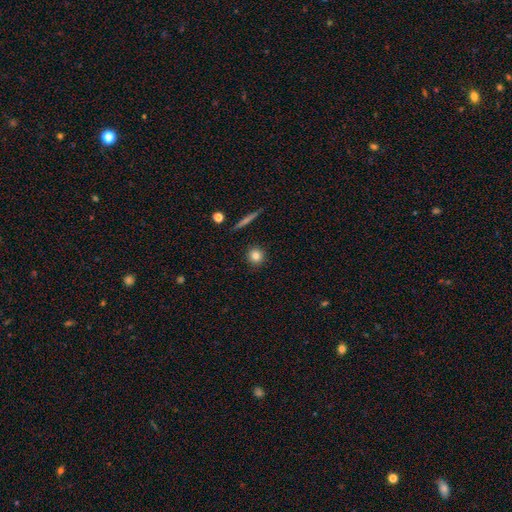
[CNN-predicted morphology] Q: Smooth or featured?
A: smooth (81%); runner-up: star or artifact (10%)
Q: How rounded?
A: round (92%); runner-up: in between (6%)
Q: Merging?
A: none (90%); runner-up: minor disturbance (6%)